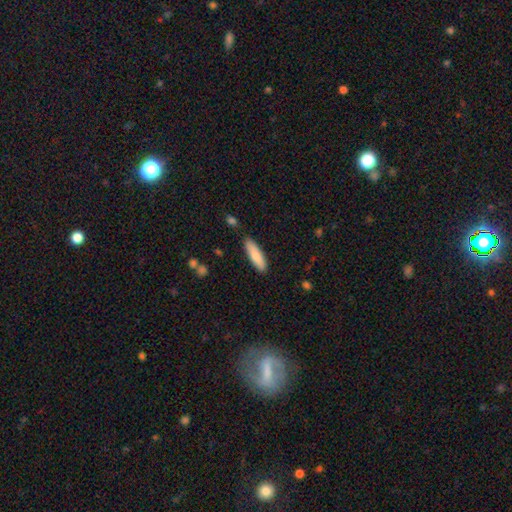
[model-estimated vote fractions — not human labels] A smooth galaxy with no disk features (81%) that is cigar-shaped (59%).

Vote fractions:
- Smooth or featured? smooth: 81% / featured or disk: 13% / star or artifact: 6%
- How rounded? cigar-shaped: 59% / in between: 40% / round: 2%
- Merging? none: 86% / minor disturbance: 10% / major disturbance: 2% / merger: 2%